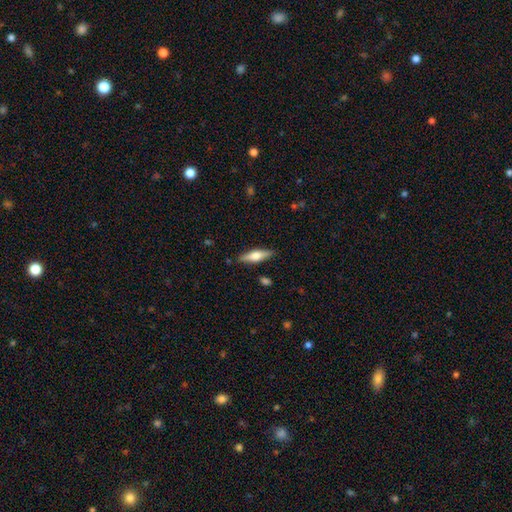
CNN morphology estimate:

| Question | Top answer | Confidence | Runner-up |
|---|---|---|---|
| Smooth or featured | smooth | 48% | featured or disk (46%) |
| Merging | none | 87% | minor disturbance (9%) |